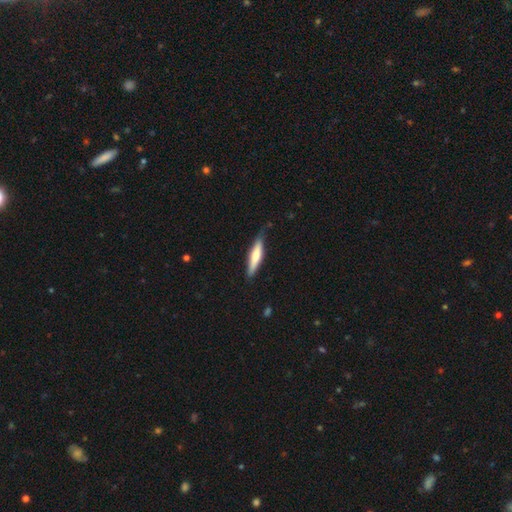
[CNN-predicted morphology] A smooth galaxy with no disk features (58%) that is cigar-shaped (82%). Merging: none (76%).